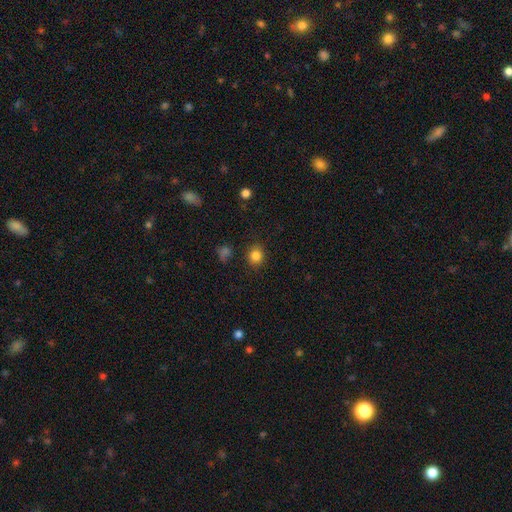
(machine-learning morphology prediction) smooth 84%, star or artifact 12%, featured or disk 5%. Down the decision tree: how rounded — round (84%); merging — none (87%).